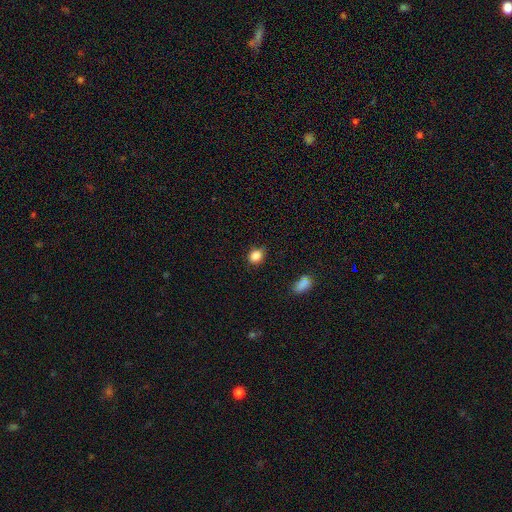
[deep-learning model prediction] Smooth or featured?
  - smooth: 86% *
  - star or artifact: 10%
  - featured or disk: 4%
How rounded?
  - round: 59% *
  - in between: 39%
  - cigar-shaped: 1%
Merging?
  - none: 80% *
  - minor disturbance: 15%
  - major disturbance: 3%
  - merger: 2%